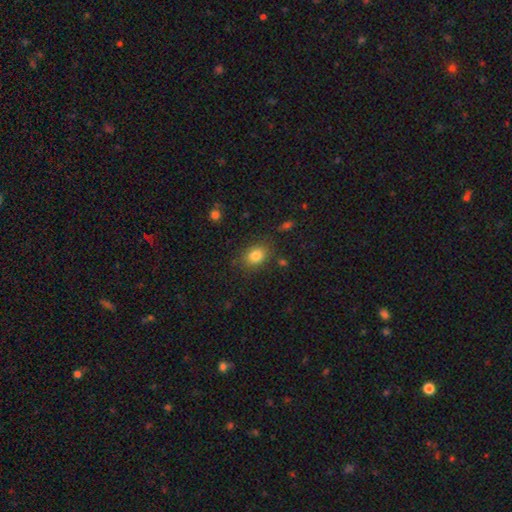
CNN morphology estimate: Smooth or featured: smooth — 83% (star or artifact — 11%)
How rounded: in between — 55% (round — 44%)
Merging: none — 81% (minor disturbance — 12%)